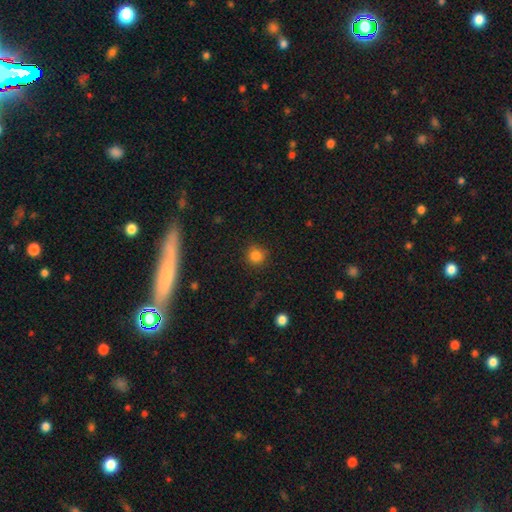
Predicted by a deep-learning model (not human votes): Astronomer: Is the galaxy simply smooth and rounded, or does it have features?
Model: smooth — 82%.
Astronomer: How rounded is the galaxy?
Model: round — 93%.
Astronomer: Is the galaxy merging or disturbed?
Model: none — 86%.